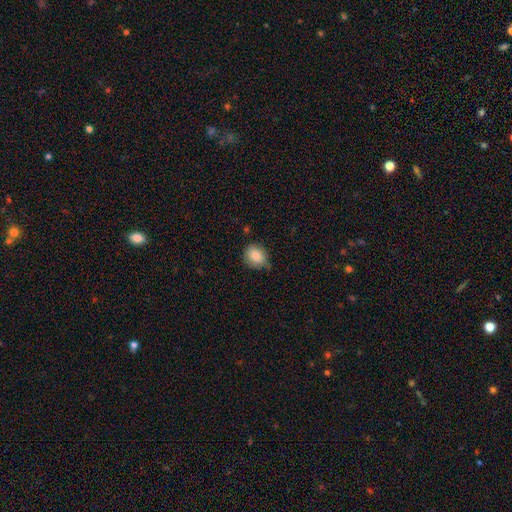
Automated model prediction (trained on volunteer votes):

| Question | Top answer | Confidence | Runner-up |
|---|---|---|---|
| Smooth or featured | smooth | 83% | star or artifact (9%) |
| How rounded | round | 72% | in between (27%) |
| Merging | none | 68% | minor disturbance (25%) |